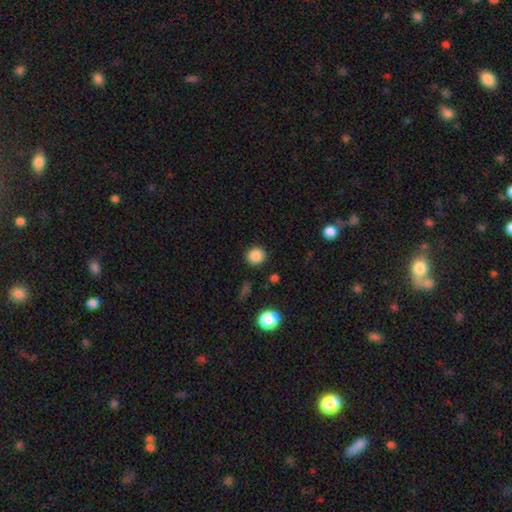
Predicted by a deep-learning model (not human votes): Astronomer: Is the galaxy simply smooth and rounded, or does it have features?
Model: smooth — 86%.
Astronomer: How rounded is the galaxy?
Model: round — 89%.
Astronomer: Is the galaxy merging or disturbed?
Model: none — 90%.